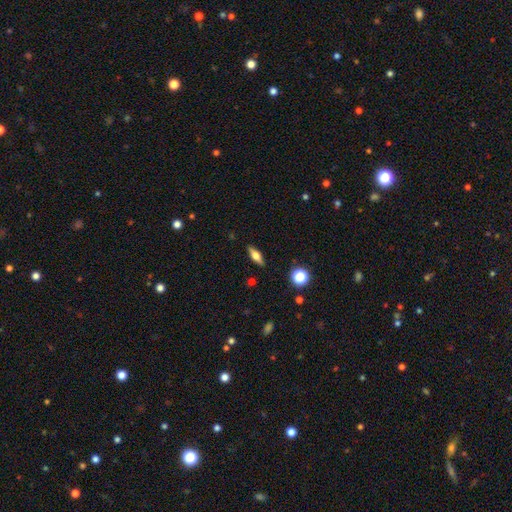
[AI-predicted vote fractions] A smooth galaxy with no disk features (48%). Merging: none (88%).